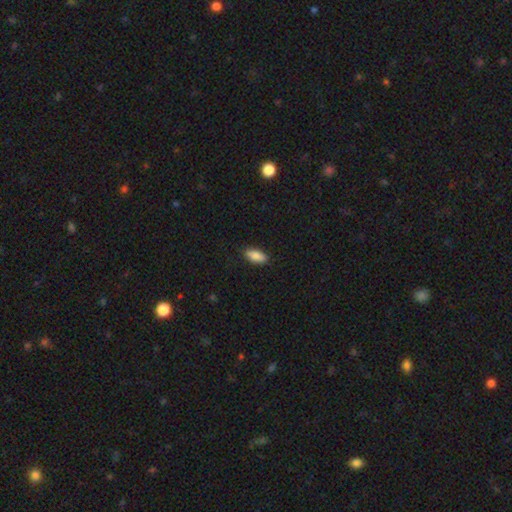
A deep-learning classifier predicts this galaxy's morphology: smooth 85%, featured or disk 8%, star or artifact 7%. Down the decision tree: how rounded — in between (87%); merging — none (86%).